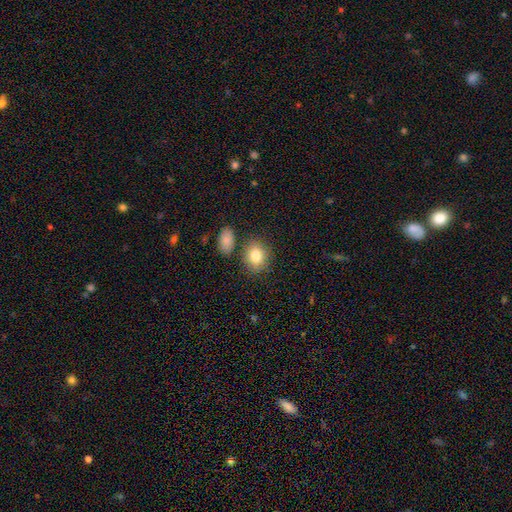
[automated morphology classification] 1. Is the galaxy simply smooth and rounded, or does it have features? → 83% smooth, 9% featured or disk, 9% star or artifact.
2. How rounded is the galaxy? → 51% round, 48% in between, 1% cigar-shaped.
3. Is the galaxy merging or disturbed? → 77% none, 11% minor disturbance, 9% merger, 3% major disturbance.